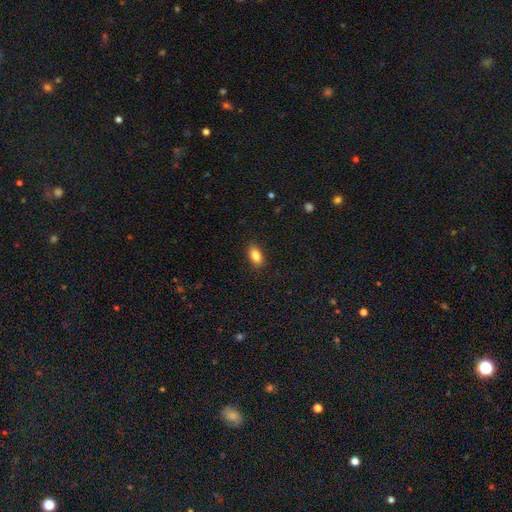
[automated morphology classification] type=smooth (85%); roundness=in between (88%); merging=none (86%).